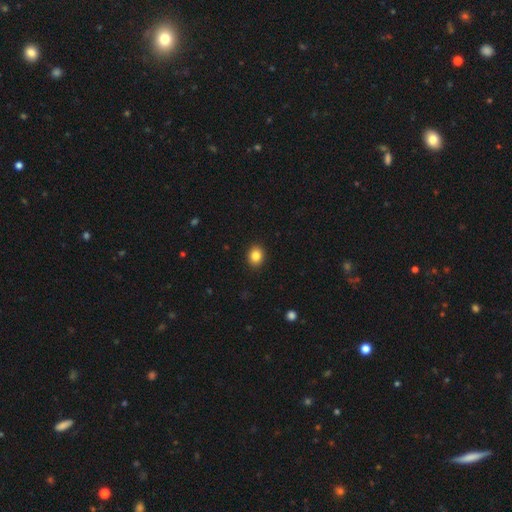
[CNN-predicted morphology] Q: Smooth or featured?
A: smooth (85%); runner-up: star or artifact (10%)
Q: How rounded?
A: round (58%); runner-up: in between (42%)
Q: Merging?
A: none (91%); runner-up: minor disturbance (6%)